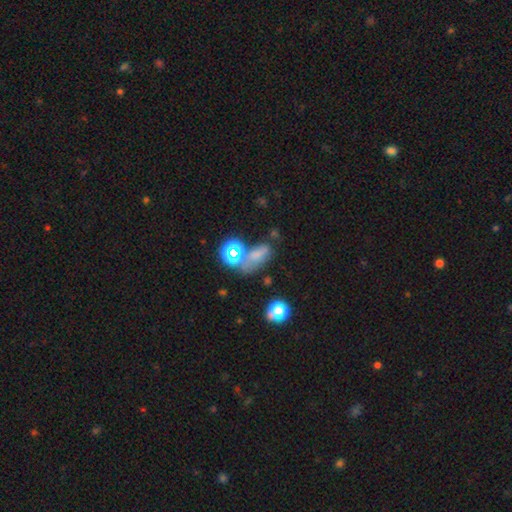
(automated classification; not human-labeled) Smooth or featured? Predicted: smooth (p=0.56). How rounded? Predicted: in between (p=0.74). Merging? Predicted: none (p=0.47).